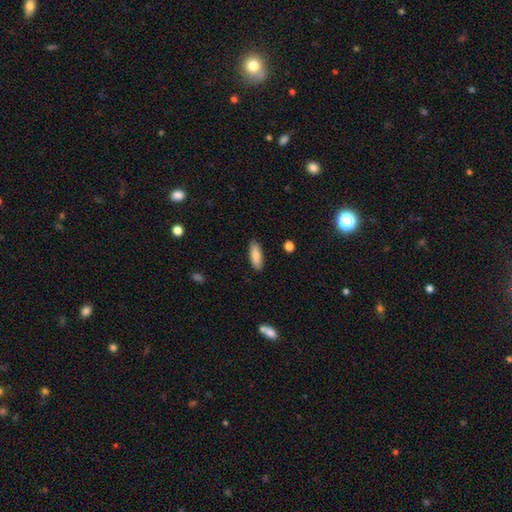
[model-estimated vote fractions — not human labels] A smooth galaxy with no disk features (83%) that is in between round and cigar-shaped (65%).

Vote fractions:
- Smooth or featured? smooth: 83% / featured or disk: 10% / star or artifact: 6%
- How rounded? in between: 65% / cigar-shaped: 33% / round: 2%
- Merging? none: 88% / minor disturbance: 9% / major disturbance: 2% / merger: 1%